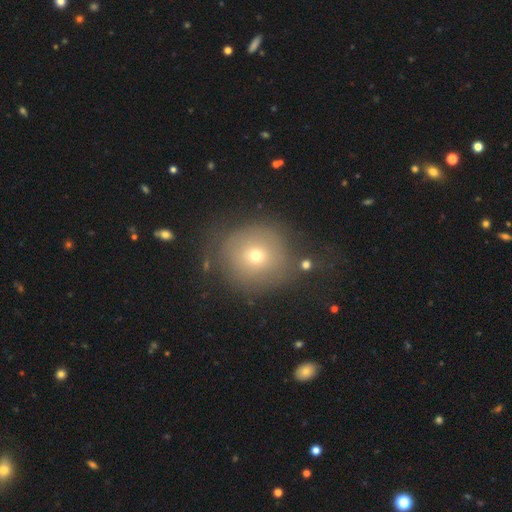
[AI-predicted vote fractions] smooth_or_featured: smooth (p=0.64) [alt: featured or disk p=0.20]
how_rounded: round (p=0.90) [alt: in between p=0.09]
merging: none (p=0.66) [alt: minor disturbance p=0.18]